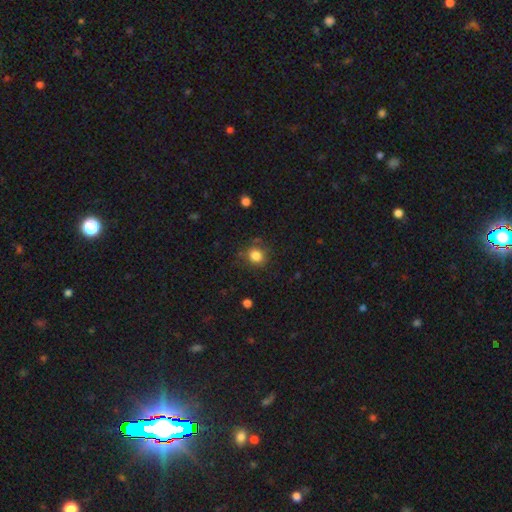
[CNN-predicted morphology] A smooth galaxy with no disk features (83%) that is round (81%).

Vote fractions:
- Smooth or featured? smooth: 83% / star or artifact: 12% / featured or disk: 5%
- How rounded? round: 81% / in between: 18% / cigar-shaped: 1%
- Merging? none: 81% / minor disturbance: 12% / major disturbance: 4% / merger: 3%